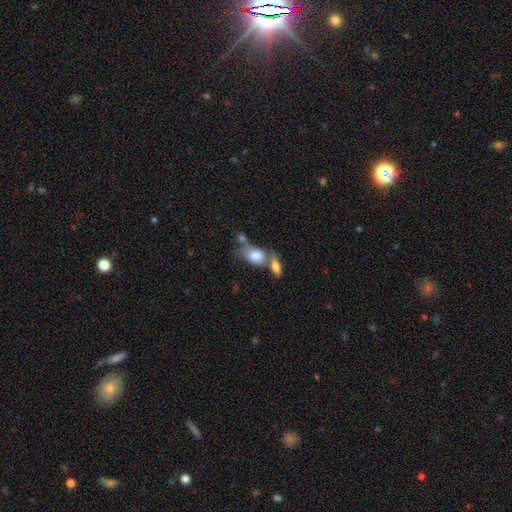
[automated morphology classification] Smooth or featured: smooth — 78% (featured or disk — 15%)
How rounded: in between — 78% (round — 18%)
Merging: merger — 46% (none — 33%)